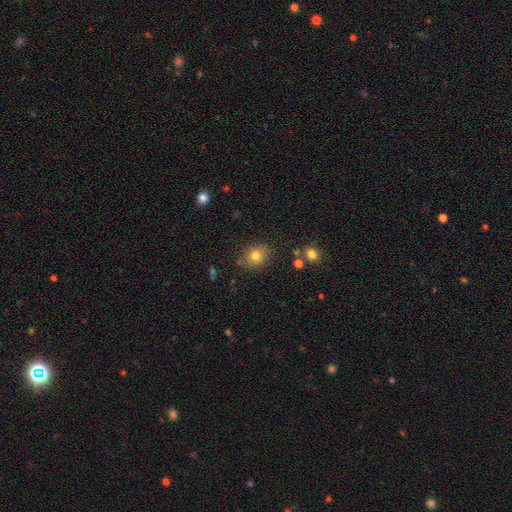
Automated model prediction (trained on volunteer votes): Q: Smooth or featured?
A: smooth (79%); runner-up: star or artifact (12%)
Q: How rounded?
A: round (62%); runner-up: in between (37%)
Q: Merging?
A: none (82%); runner-up: minor disturbance (12%)